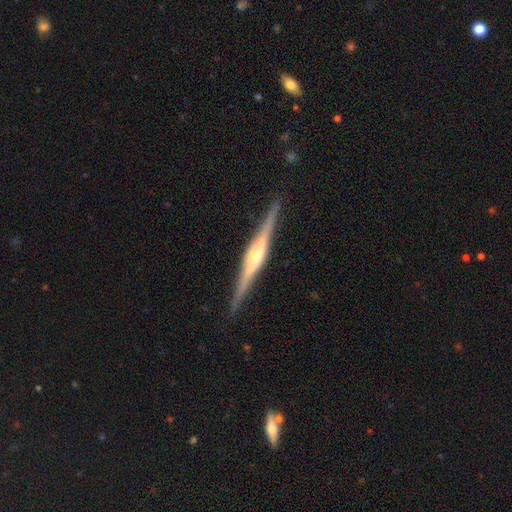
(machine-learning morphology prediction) A featured or disk galaxy (85%) viewed edge-on (98%) with a rounded central bulge (74%). Merging: none (90%).